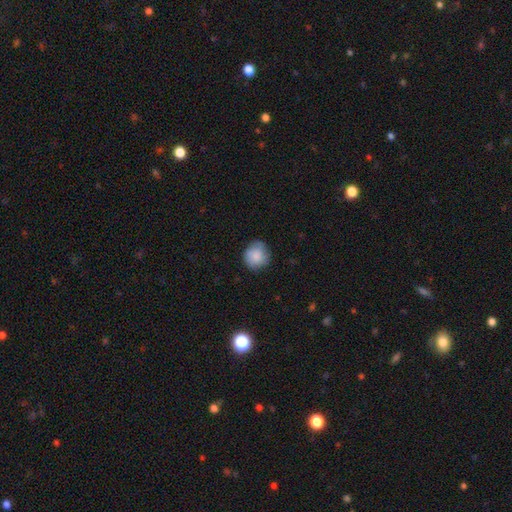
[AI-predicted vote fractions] This appears to be a smooth galaxy with no disk features (84%) that is round (89%). Merging: none (79%).